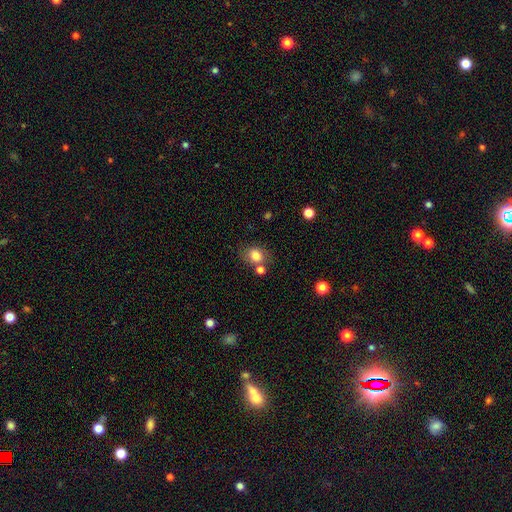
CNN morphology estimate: smooth-or-featured: smooth: 81% | star or artifact: 10% | featured or disk: 9%
  how-rounded: round: 54% | in between: 45% | cigar-shaped: 1%
  merging: none: 65% | merger: 15% | minor disturbance: 15% | major disturbance: 5%